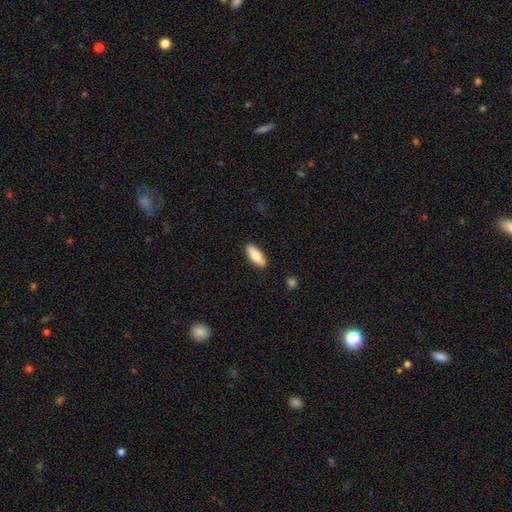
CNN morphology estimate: Smooth or featured? smooth (81%)
How rounded? in between (74%)
Merging? none (89%)